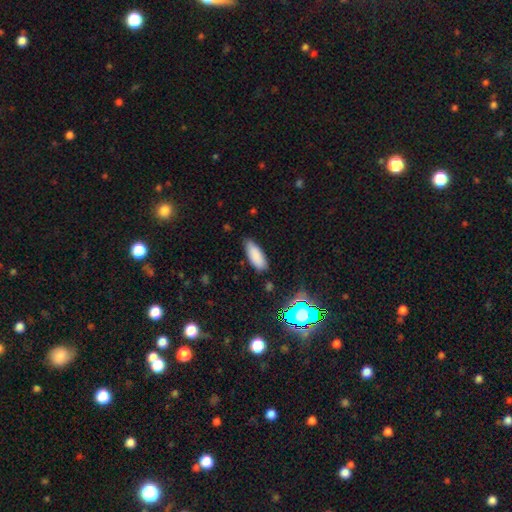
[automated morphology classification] Overall: smooth (86%). How rounded: in between (73%). Merging: none (81%).